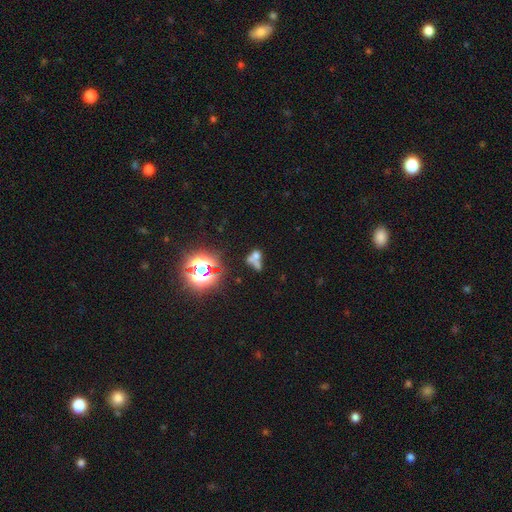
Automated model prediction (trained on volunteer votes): Morphology: type=smooth (48%); merging=merger (52%).